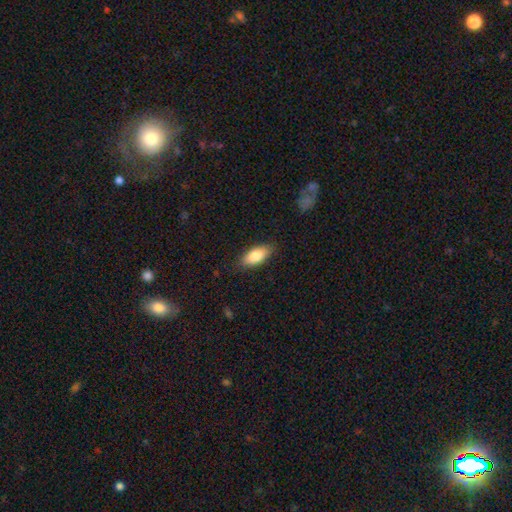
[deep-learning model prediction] smooth 82%, featured or disk 12%, star or artifact 6%. Down the decision tree: how rounded — in between (86%); merging — none (85%).